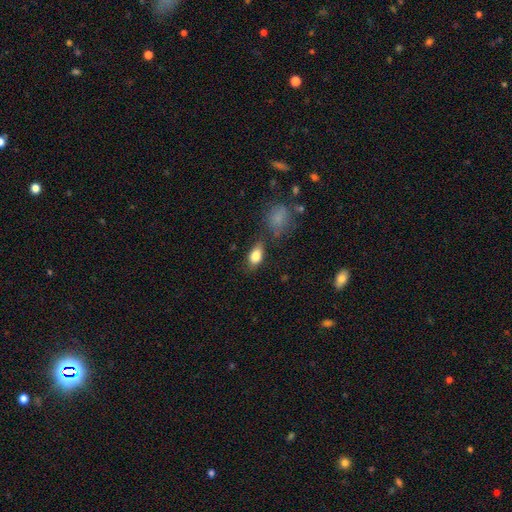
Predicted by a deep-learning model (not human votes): Q: Smooth or featured?
A: smooth (84%); runner-up: star or artifact (8%)
Q: How rounded?
A: in between (87%); runner-up: round (9%)
Q: Merging?
A: none (70%); runner-up: minor disturbance (19%)